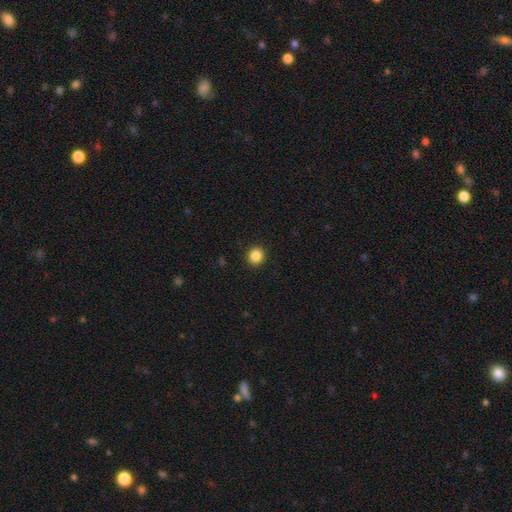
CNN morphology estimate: Smooth or featured? Predicted: smooth (p=0.86). How rounded? Predicted: round (p=0.86). Merging? Predicted: none (p=0.92).